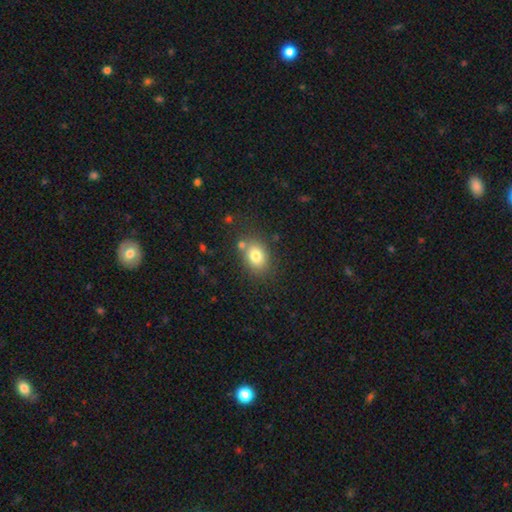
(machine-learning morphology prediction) A smooth galaxy with no disk features (79%) that is in between round and cigar-shaped (66%). Merging: none (74%).